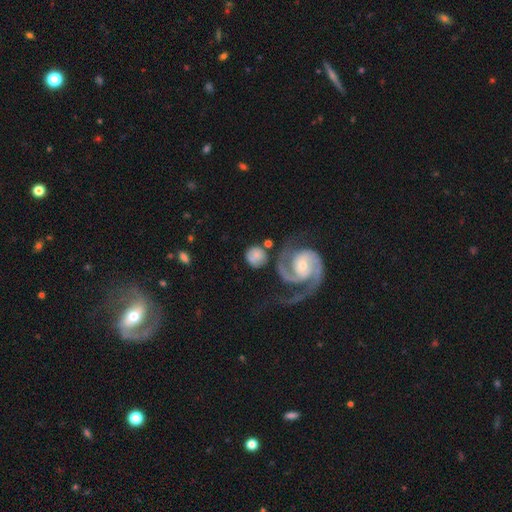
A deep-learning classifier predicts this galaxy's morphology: A smooth galaxy with no disk features (48%).

Vote fractions:
- Smooth or featured? smooth: 48% / featured or disk: 44% / star or artifact: 8%
- Merging? none: 62% / minor disturbance: 15% / merger: 14% / major disturbance: 10%